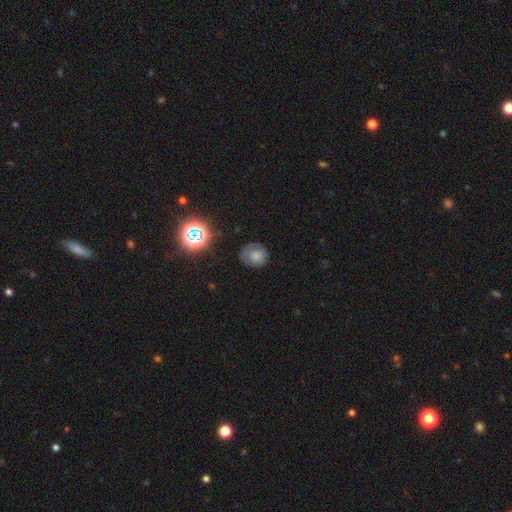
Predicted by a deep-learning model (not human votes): The model was most divided on "how rounded": round: 73%, in between: 26%, cigar-shaped: 1%. More confident: merging — none (71%); smooth or featured — smooth (71%).